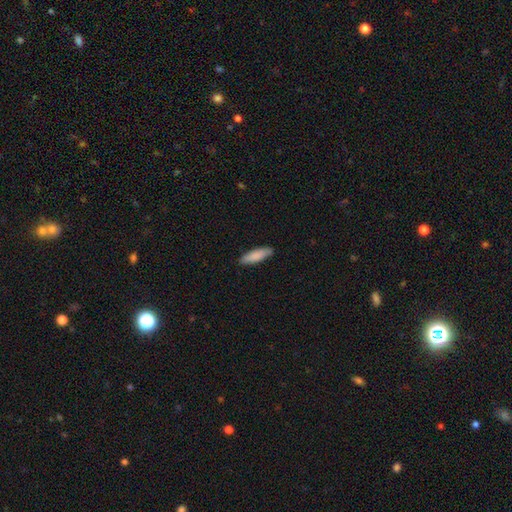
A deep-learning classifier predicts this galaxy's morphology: A smooth galaxy with no disk features (86%) that is cigar-shaped (57%). Merging: none (85%).